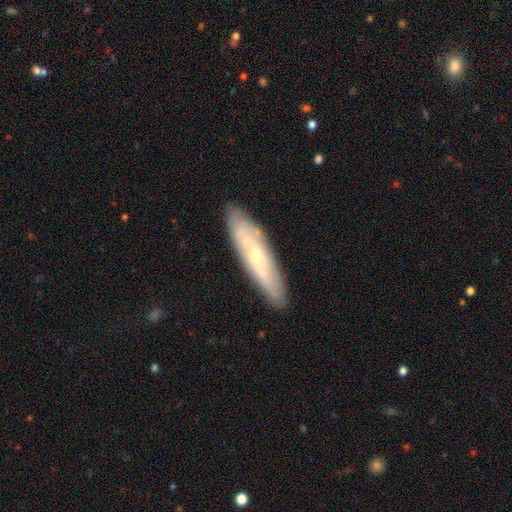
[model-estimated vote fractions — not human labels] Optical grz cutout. It shows a featured or disk galaxy (58%). Merging: none (84%).